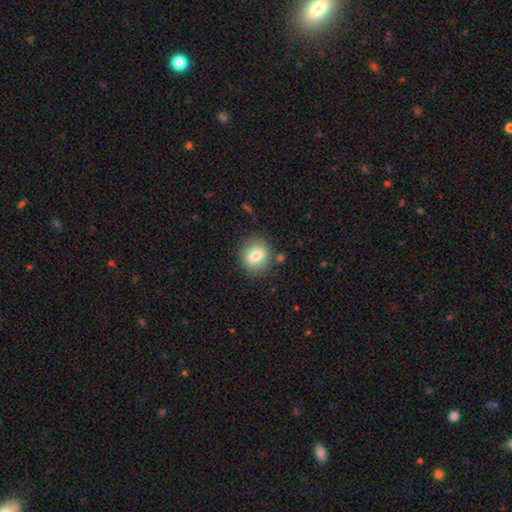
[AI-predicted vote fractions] smooth-or-featured: smooth: 77% | featured or disk: 13% | star or artifact: 9%
  how-rounded: round: 76% | in between: 23% | cigar-shaped: 1%
  merging: none: 85% | minor disturbance: 9% | major disturbance: 3% | merger: 3%